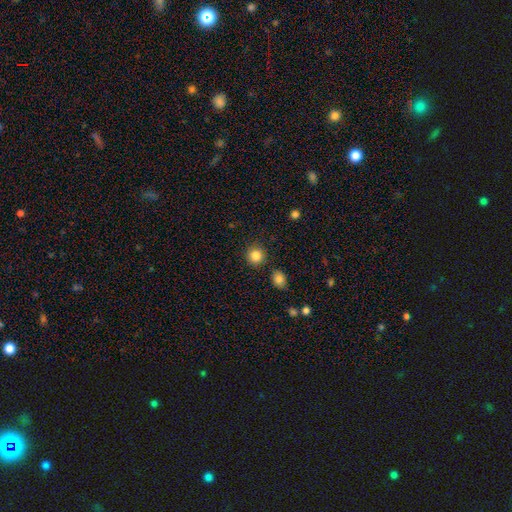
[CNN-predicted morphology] This appears to be a smooth galaxy with no disk features (85%) that is round (92%). Merging: none (88%).